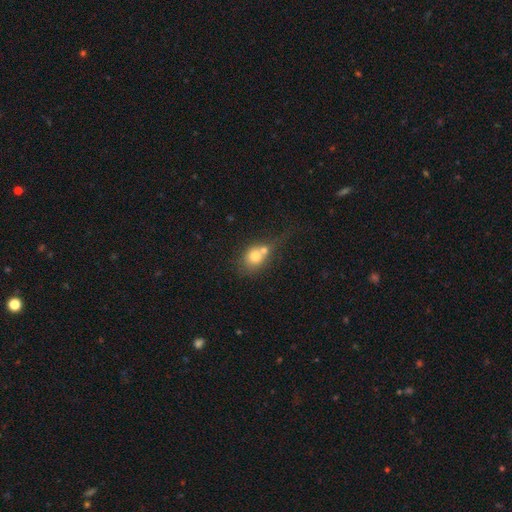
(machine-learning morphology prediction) Q: Smooth or featured?
A: smooth (71%); runner-up: featured or disk (19%)
Q: How rounded?
A: round (59%); runner-up: in between (39%)
Q: Merging?
A: merger (57%); runner-up: none (25%)